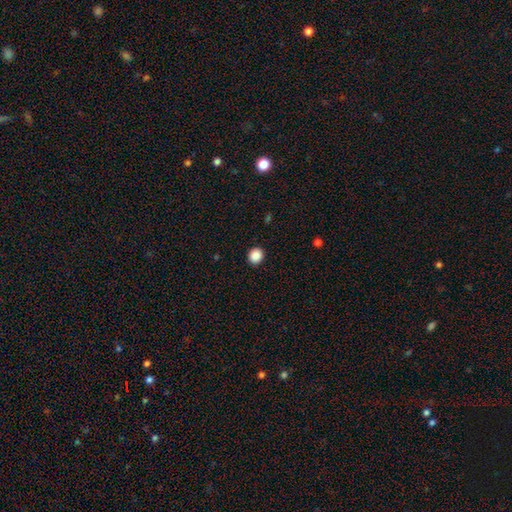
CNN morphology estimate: type=smooth (88%); roundness=round (82%); merging=none (92%).